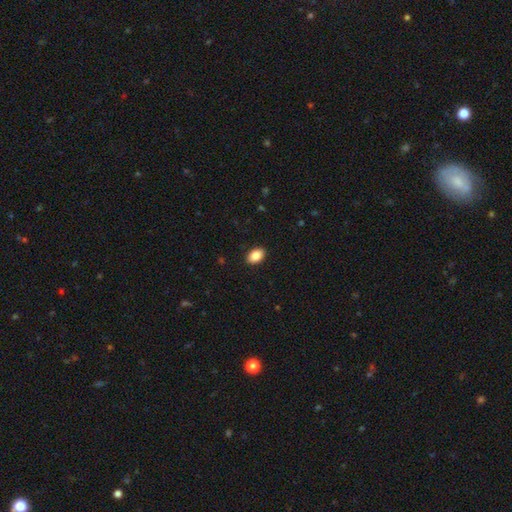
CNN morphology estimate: Q: Smooth or featured?
A: smooth (86%); runner-up: star or artifact (8%)
Q: How rounded?
A: in between (89%); runner-up: round (10%)
Q: Merging?
A: none (91%); runner-up: minor disturbance (7%)